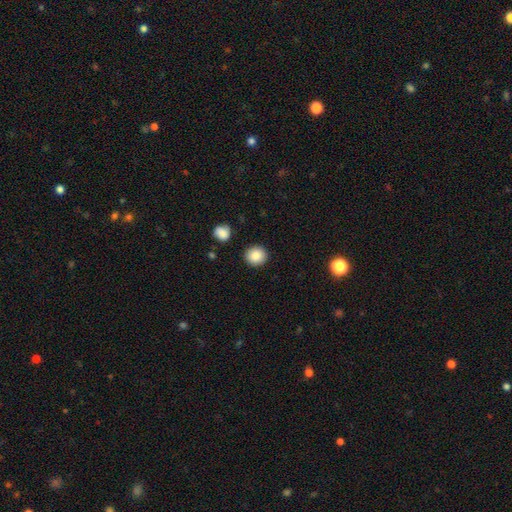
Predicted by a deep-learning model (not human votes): Smooth or featured?
  - smooth: 87% *
  - star or artifact: 9%
  - featured or disk: 4%
How rounded?
  - round: 89% *
  - in between: 10%
  - cigar-shaped: 1%
Merging?
  - none: 90% *
  - minor disturbance: 6%
  - major disturbance: 2%
  - merger: 2%